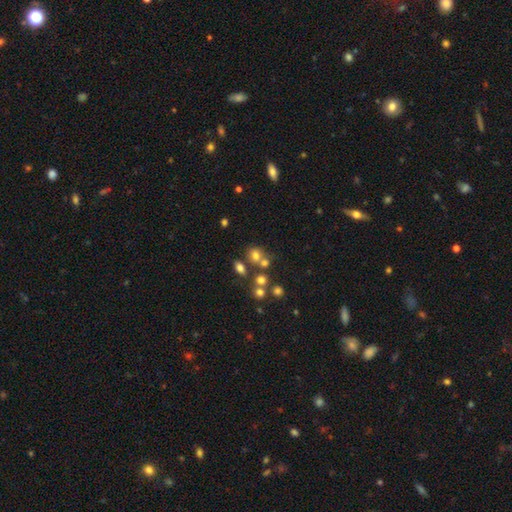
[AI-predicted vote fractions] smooth 68%, star or artifact 18%, featured or disk 14%. Down the decision tree: how rounded — round (66%); merging — none (53%).